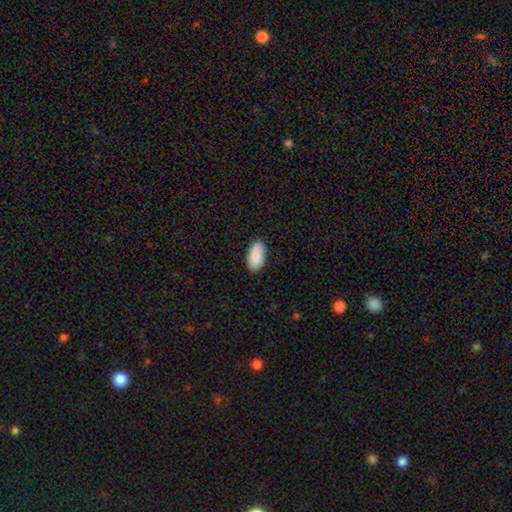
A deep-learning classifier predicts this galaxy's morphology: Q: Smooth or featured?
A: smooth (89%); runner-up: star or artifact (6%)
Q: How rounded?
A: in between (94%); runner-up: cigar-shaped (4%)
Q: Merging?
A: none (88%); runner-up: minor disturbance (9%)